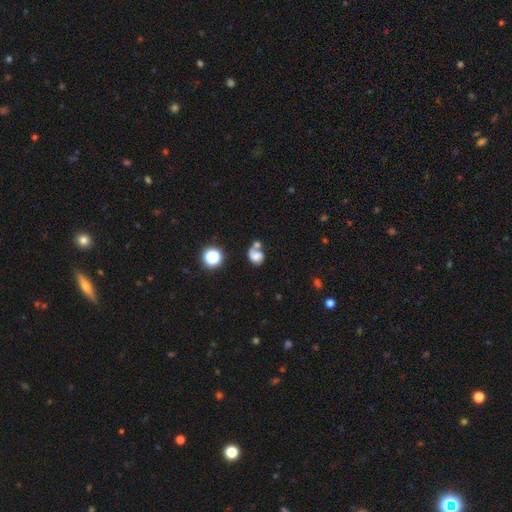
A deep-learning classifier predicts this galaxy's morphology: Smooth or featured? Predicted: smooth (p=0.58). How rounded? Predicted: round (p=0.54). Merging? Predicted: merger (p=0.43).